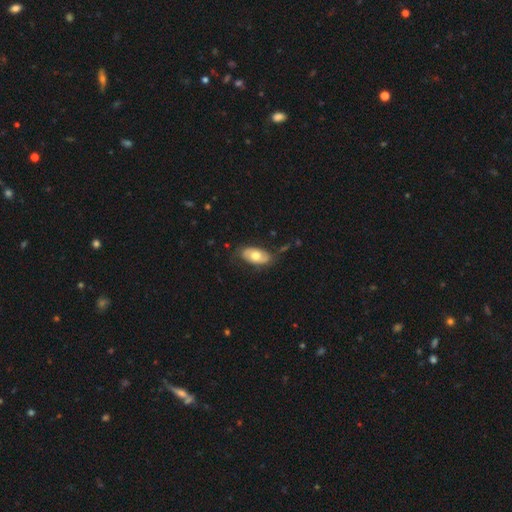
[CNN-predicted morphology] type=smooth (58%); roundness=in between (92%); merging=none (74%).